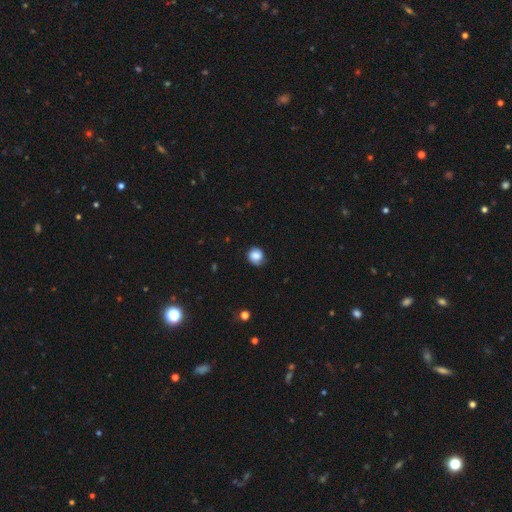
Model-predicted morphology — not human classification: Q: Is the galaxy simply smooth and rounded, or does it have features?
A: smooth — 81%.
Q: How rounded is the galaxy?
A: round — 81%.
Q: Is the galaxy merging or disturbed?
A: none — 73%.